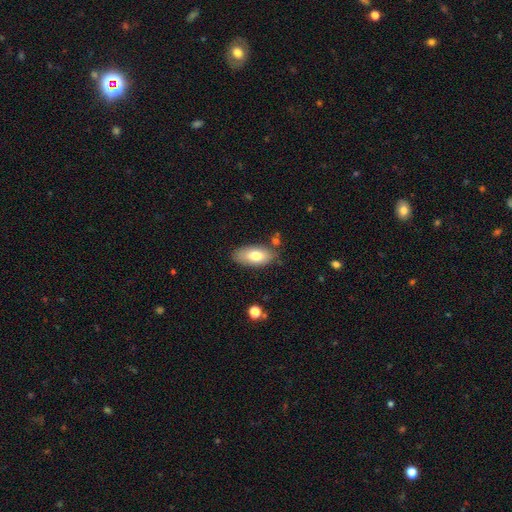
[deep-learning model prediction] smooth-or-featured: smooth: 77% | featured or disk: 17% | star or artifact: 7%
  how-rounded: in between: 91% | cigar-shaped: 7% | round: 3%
  merging: none: 78% | minor disturbance: 15% | merger: 4% | major disturbance: 3%